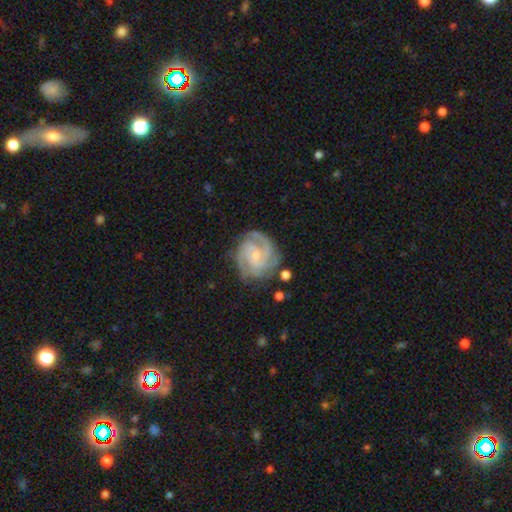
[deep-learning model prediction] featured or disk 88%, smooth 7%, star or artifact 5%. Down the decision tree: edge-on disk — no (98%); bar — no (52%); spiral arms — yes (98%); spiral arm count — 3 (40%); spiral winding — tight (64%); bulge size — small (73%); merging — none (75%).